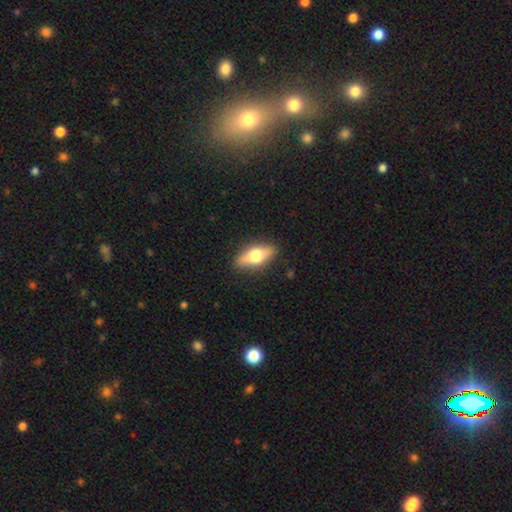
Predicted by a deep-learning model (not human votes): This appears to be a smooth galaxy with no disk features (49%). Merging: none (87%).